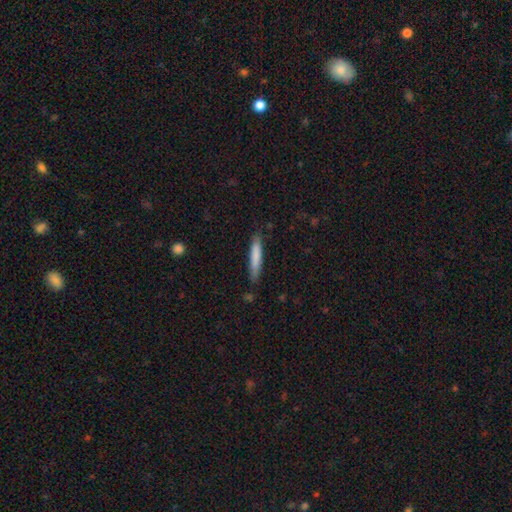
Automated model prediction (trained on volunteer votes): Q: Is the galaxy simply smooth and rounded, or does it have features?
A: smooth — 79%.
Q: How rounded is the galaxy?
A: cigar-shaped — 90%.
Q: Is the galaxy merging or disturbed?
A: none — 82%.